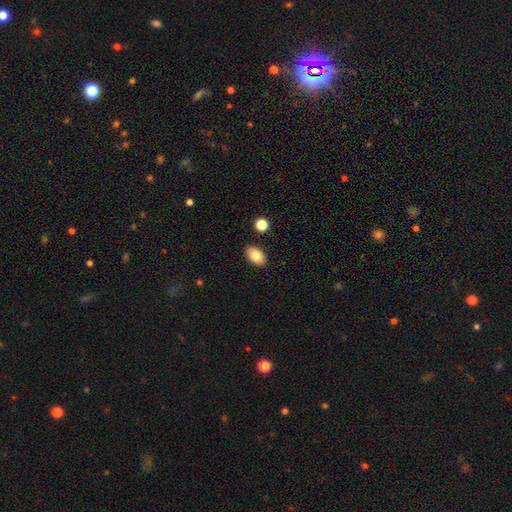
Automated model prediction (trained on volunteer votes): This is clearly a smooth galaxy (81%). How rounded: clearly in between (92%). Merging: clearly none (88%).